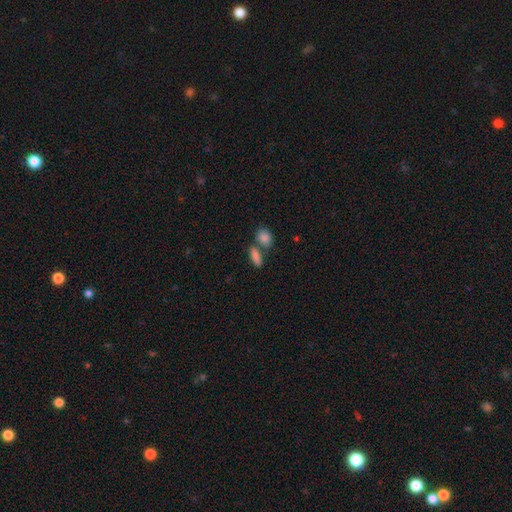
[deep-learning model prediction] Q: Smooth or featured?
A: smooth (83%); runner-up: star or artifact (9%)
Q: How rounded?
A: in between (65%); runner-up: cigar-shaped (27%)
Q: Merging?
A: none (53%); runner-up: merger (33%)